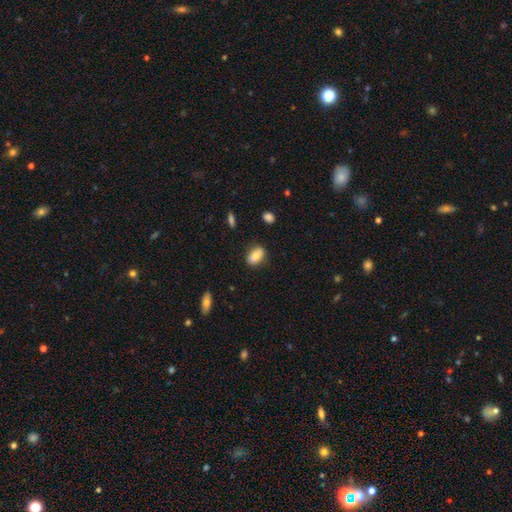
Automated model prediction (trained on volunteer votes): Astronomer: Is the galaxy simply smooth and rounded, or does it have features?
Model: smooth — 77%.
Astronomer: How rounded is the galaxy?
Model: in between — 85%.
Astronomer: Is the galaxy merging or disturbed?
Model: none — 80%.